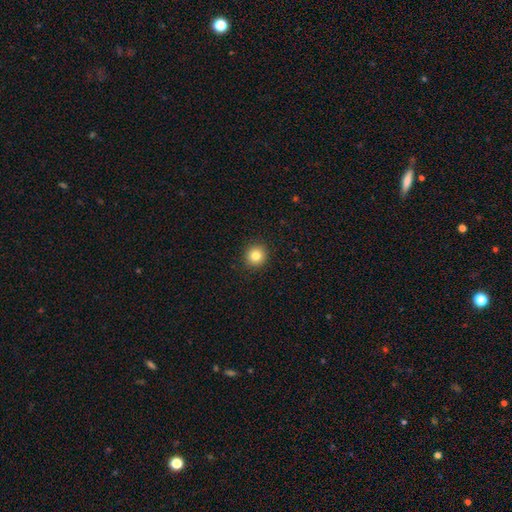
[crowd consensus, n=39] This is clearly a smooth galaxy (85%). How rounded: clearly round (100%). Merging: clearly none (95%).